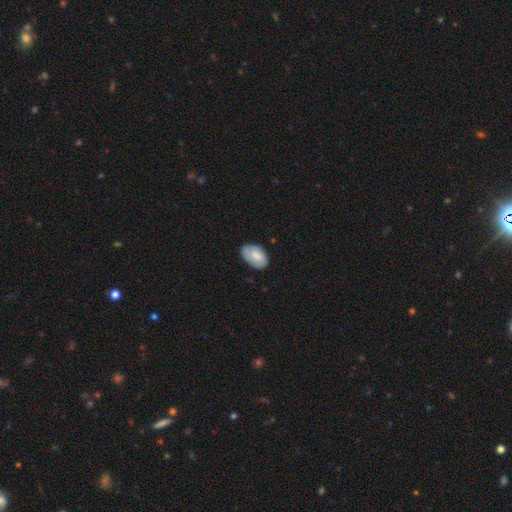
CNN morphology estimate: smooth 75%, featured or disk 19%, star or artifact 6%. Down the decision tree: how rounded — in between (92%); merging — none (74%).